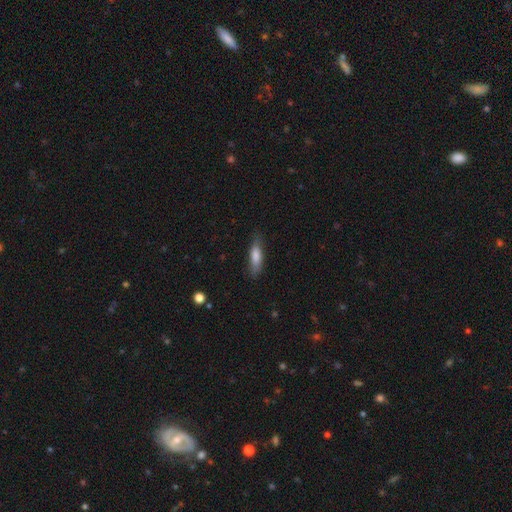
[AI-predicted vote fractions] A smooth galaxy with no disk features (73%) that is cigar-shaped (67%). Merging: none (80%).